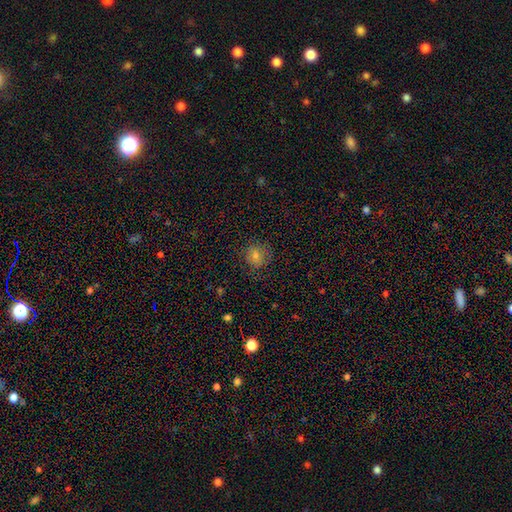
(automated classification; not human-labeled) The model was most divided on "smooth or featured": smooth: 62%, star or artifact: 20%, featured or disk: 18%. More confident: how rounded — round (85%); merging — none (79%).